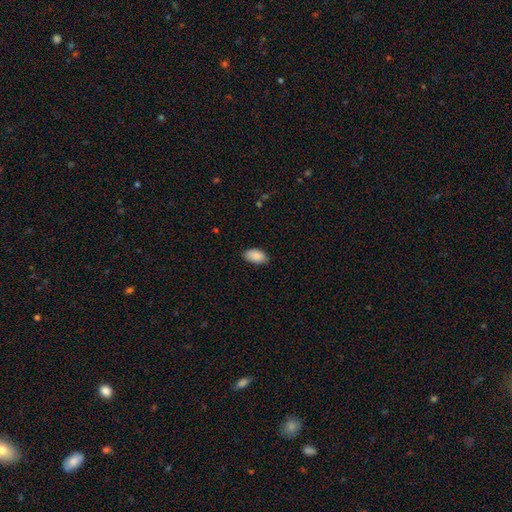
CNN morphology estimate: smooth-or-featured: smooth: 90% | star or artifact: 6% | featured or disk: 4%
  how-rounded: in between: 95% | round: 3% | cigar-shaped: 2%
  merging: none: 83% | minor disturbance: 14% | major disturbance: 2% | merger: 1%